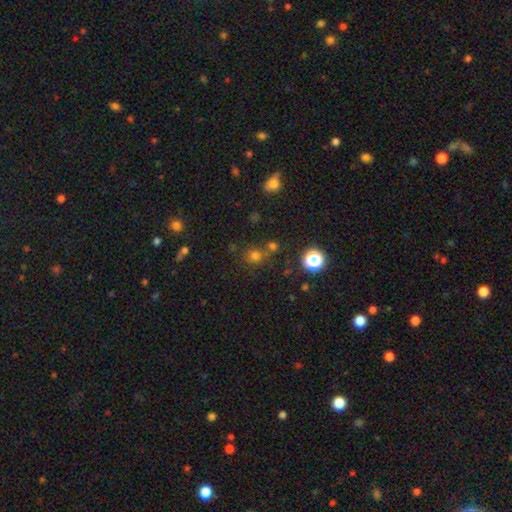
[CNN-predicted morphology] A smooth galaxy with no disk features (68%) that is round (88%). Merging: none (67%).